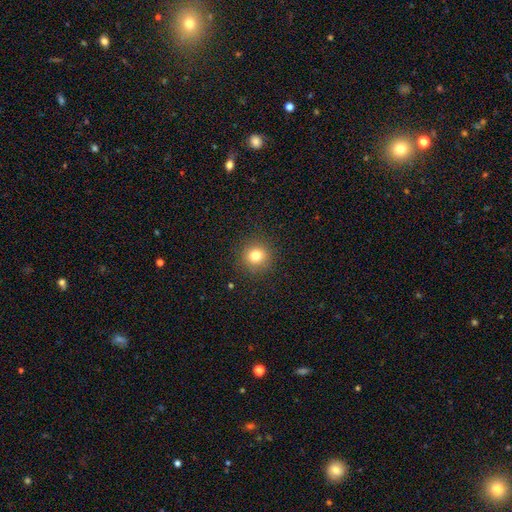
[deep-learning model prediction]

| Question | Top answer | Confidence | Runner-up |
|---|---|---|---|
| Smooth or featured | smooth | 79% | star or artifact (14%) |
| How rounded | round | 94% | in between (5%) |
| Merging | none | 91% | minor disturbance (6%) |